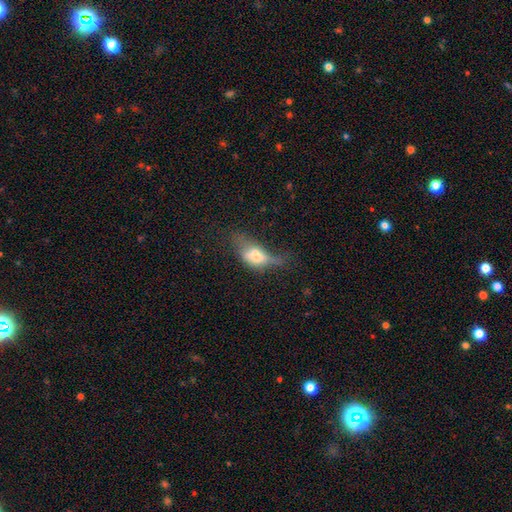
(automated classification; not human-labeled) This is possibly a smooth galaxy (53%). How rounded: likely in between (77%). Merging: marginally major disturbance (34%).